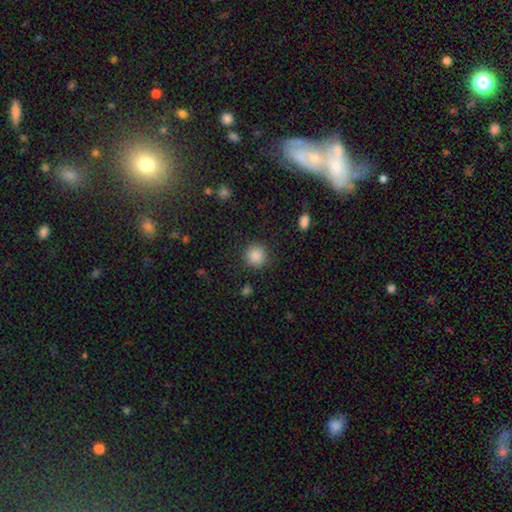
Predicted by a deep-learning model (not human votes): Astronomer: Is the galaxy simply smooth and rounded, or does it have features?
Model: smooth — 87%.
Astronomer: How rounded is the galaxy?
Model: round — 93%.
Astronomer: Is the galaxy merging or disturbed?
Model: none — 88%.